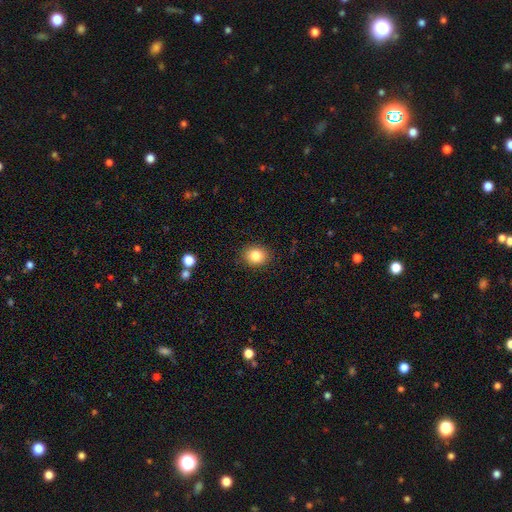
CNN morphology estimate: Smooth or featured? smooth (84%)
How rounded? round (63%)
Merging? none (89%)